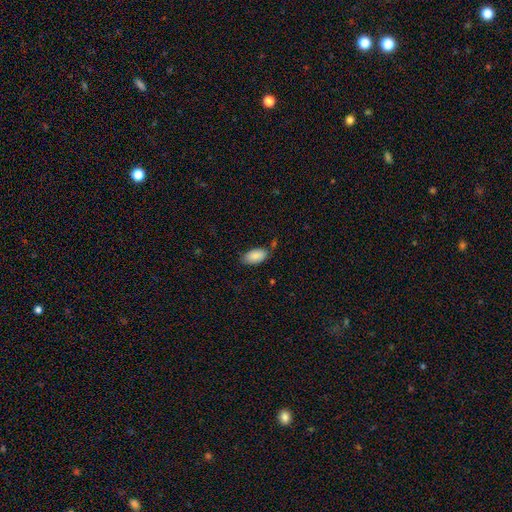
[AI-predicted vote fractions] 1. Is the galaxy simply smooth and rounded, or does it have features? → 87% smooth, 7% star or artifact, 6% featured or disk.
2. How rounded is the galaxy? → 95% in between, 3% cigar-shaped, 2% round.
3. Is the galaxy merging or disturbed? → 73% none, 19% minor disturbance, 4% merger, 4% major disturbance.